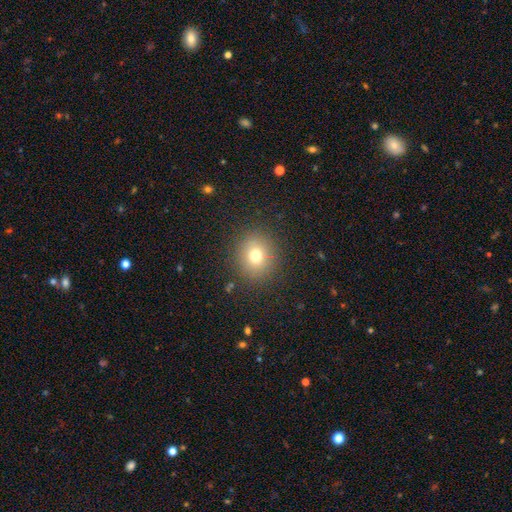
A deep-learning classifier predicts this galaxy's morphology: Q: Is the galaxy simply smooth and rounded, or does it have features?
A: smooth — 73%.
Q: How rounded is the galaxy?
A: round — 81%.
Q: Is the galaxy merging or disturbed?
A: none — 87%.